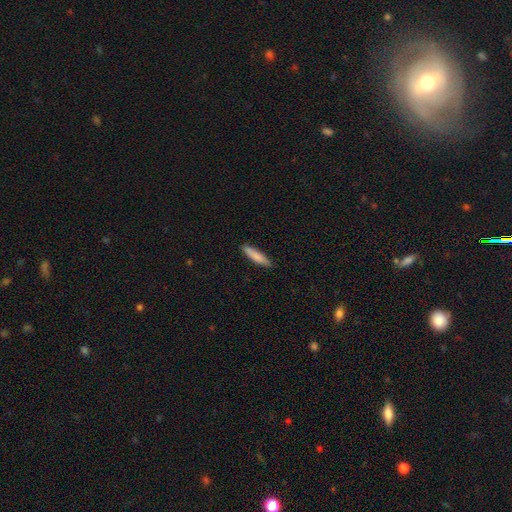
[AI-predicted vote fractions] Smooth or featured: smooth — 83% (featured or disk — 11%)
How rounded: cigar-shaped — 82% (in between — 17%)
Merging: none — 85% (minor disturbance — 12%)